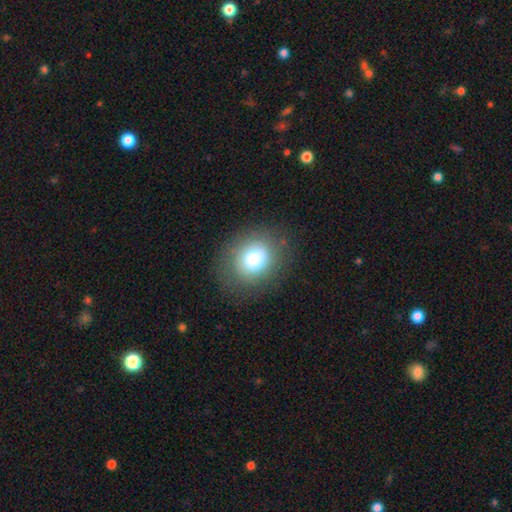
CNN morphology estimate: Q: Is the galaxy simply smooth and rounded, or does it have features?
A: smooth — 78%.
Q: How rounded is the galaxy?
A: round — 65%.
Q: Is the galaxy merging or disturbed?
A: none — 81%.